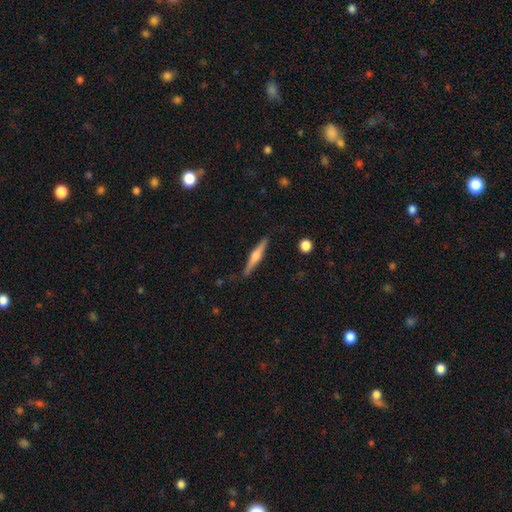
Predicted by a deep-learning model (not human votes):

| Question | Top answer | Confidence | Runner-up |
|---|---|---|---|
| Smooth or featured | featured or disk | 66% | smooth (29%) |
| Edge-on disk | yes | 98% | no (2%) |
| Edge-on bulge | rounded | 85% | boxy (10%) |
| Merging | none | 87% | minor disturbance (10%) |